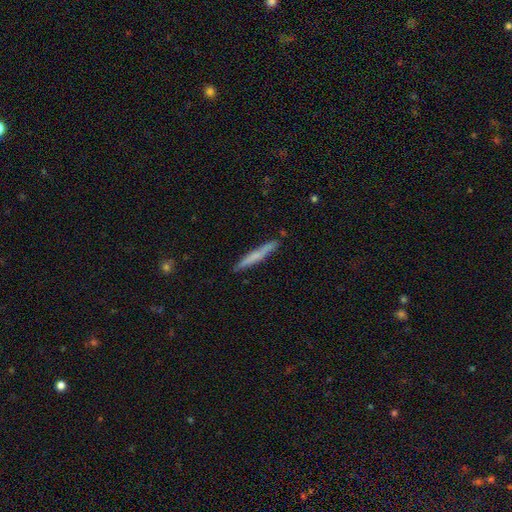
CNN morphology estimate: smooth-or-featured: smooth: 57% | featured or disk: 37% | star or artifact: 6%
  how-rounded: cigar-shaped: 96% | in between: 3% | round: 1%
  merging: none: 88% | minor disturbance: 9% | major disturbance: 2% | merger: 2%